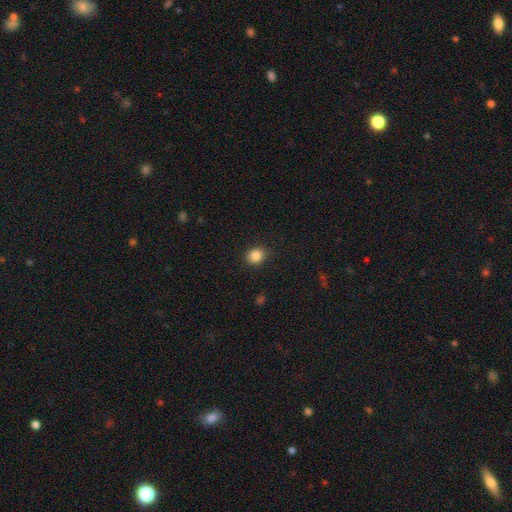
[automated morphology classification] Smooth or featured?
  - smooth: 86% *
  - star or artifact: 10%
  - featured or disk: 5%
How rounded?
  - round: 74% *
  - in between: 25%
  - cigar-shaped: 1%
Merging?
  - none: 89% *
  - minor disturbance: 8%
  - major disturbance: 2%
  - merger: 1%